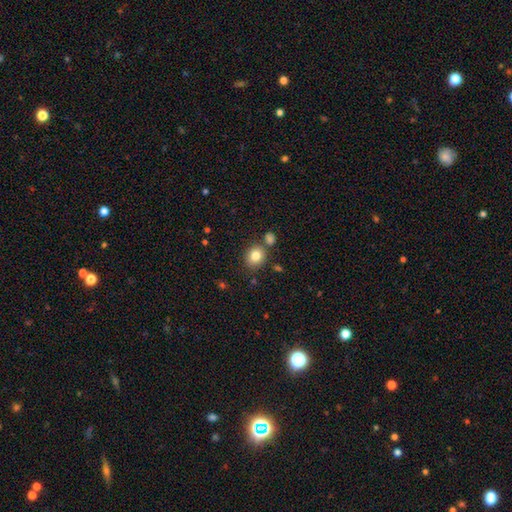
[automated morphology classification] smooth 81%, star or artifact 11%, featured or disk 8%. Down the decision tree: how rounded — round (69%); merging — none (76%).